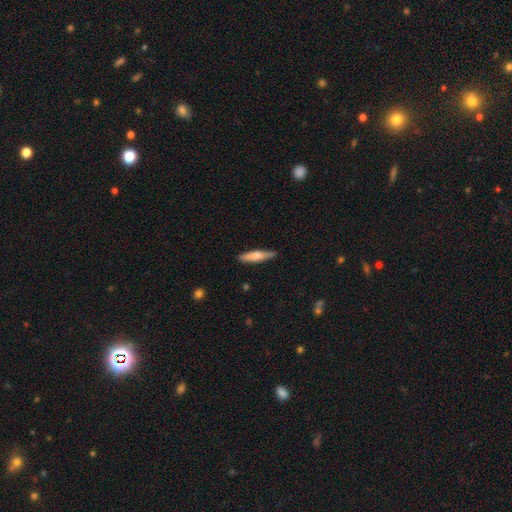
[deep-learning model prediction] Smooth or featured: smooth — 61% (featured or disk — 33%)
How rounded: cigar-shaped — 80% (in between — 18%)
Merging: none — 87% (minor disturbance — 10%)